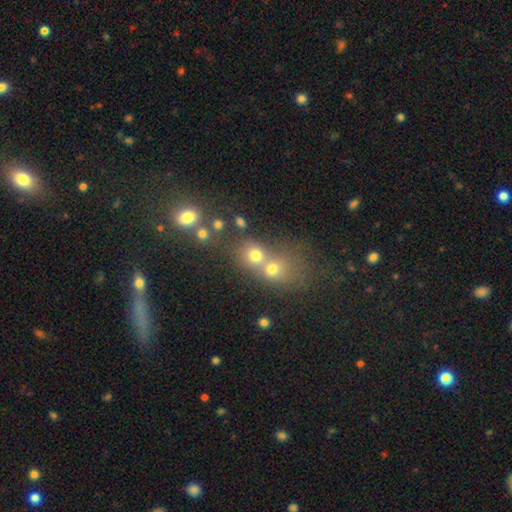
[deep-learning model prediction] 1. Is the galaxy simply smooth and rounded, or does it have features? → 67% smooth, 19% star or artifact, 14% featured or disk.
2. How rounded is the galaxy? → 73% round, 26% in between, 2% cigar-shaped.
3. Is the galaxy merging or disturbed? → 53% merger, 35% none, 7% minor disturbance, 5% major disturbance.